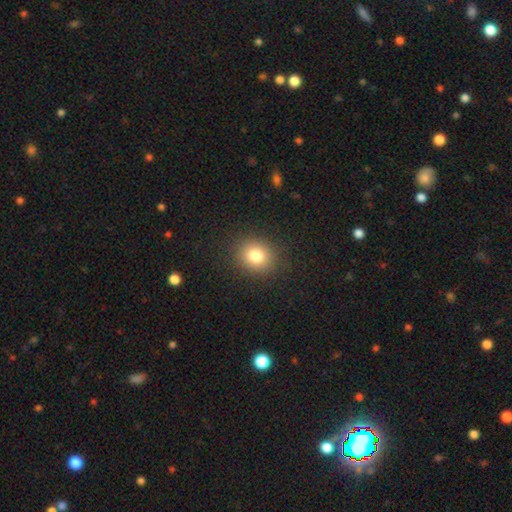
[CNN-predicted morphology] This appears to be a smooth galaxy with no disk features (80%) that is round (73%). Merging: none (89%).